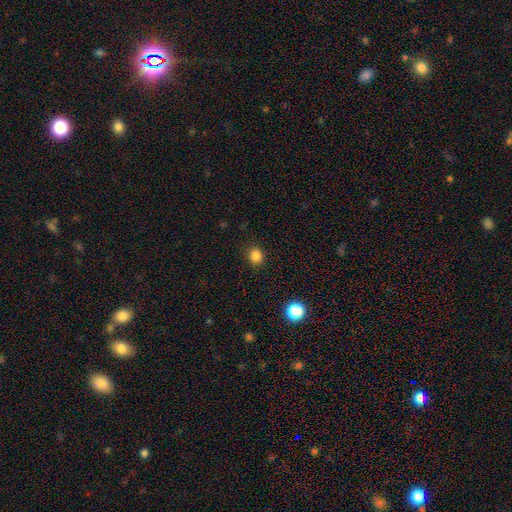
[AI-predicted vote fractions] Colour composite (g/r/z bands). It shows a smooth galaxy with no disk features (84%) that is round (78%). Merging: none (89%).